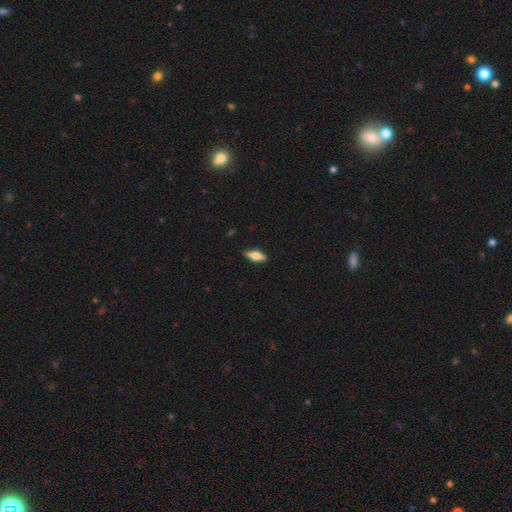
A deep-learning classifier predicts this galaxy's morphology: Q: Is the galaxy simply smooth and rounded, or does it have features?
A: smooth — 66%.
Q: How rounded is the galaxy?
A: in between — 62%.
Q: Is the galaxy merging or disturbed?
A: none — 87%.